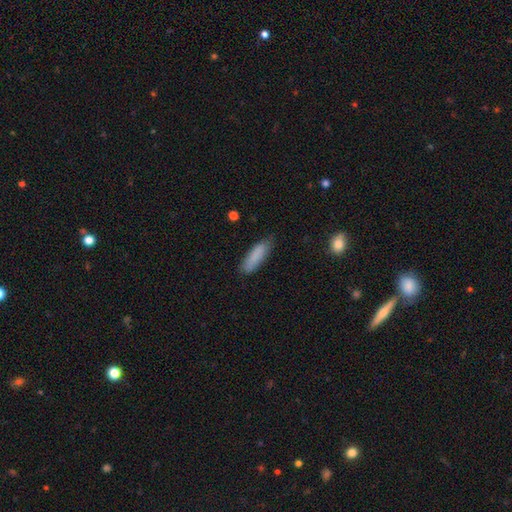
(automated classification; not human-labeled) Smooth or featured: smooth — 87% (featured or disk — 7%)
How rounded: cigar-shaped — 59% (in between — 39%)
Merging: none — 78% (minor disturbance — 18%)